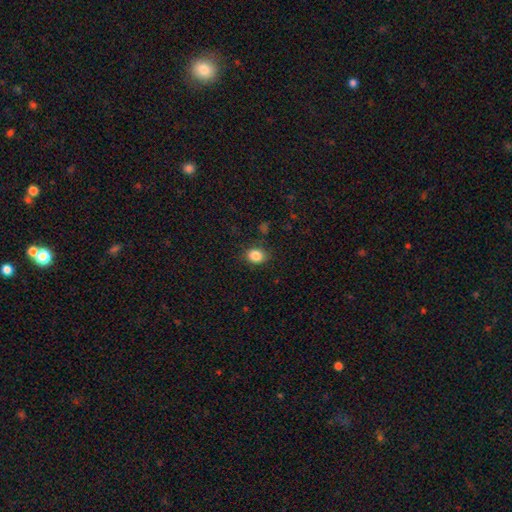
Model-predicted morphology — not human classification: This appears to be a smooth galaxy with no disk features (85%) that is round (58%). Merging: none (82%).